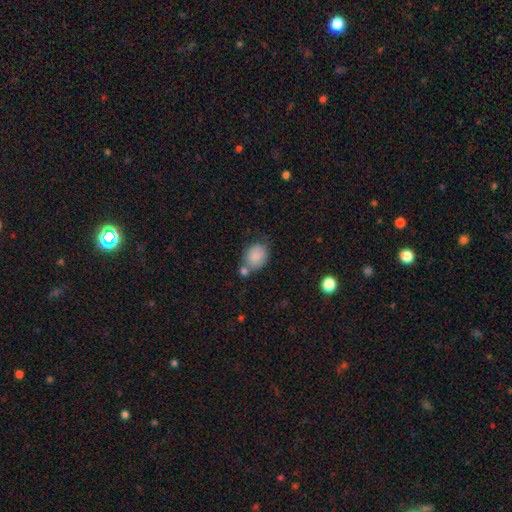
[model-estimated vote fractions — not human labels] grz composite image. It shows a smooth galaxy with no disk features (85%) that is round (50%). Merging: none (51%).